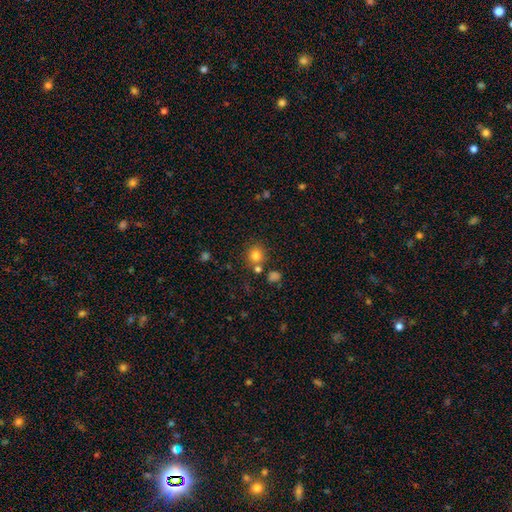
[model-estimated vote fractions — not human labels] Smooth or featured? Predicted: smooth (p=0.80). How rounded? Predicted: round (p=0.84). Merging? Predicted: none (p=0.72).